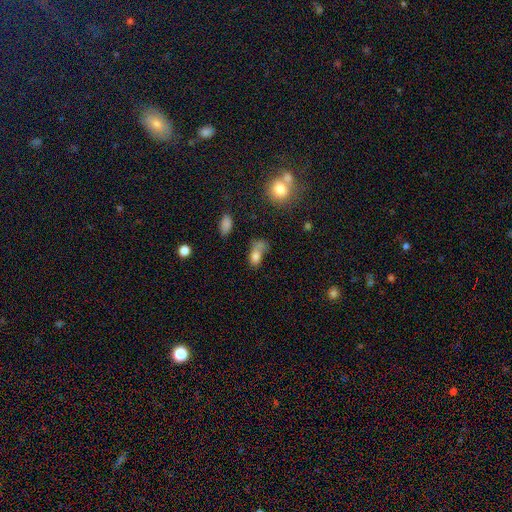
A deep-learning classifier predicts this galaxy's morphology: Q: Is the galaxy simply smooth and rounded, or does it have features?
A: smooth — 75%.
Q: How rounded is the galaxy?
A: in between — 78%.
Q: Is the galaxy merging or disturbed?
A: merger — 32%.